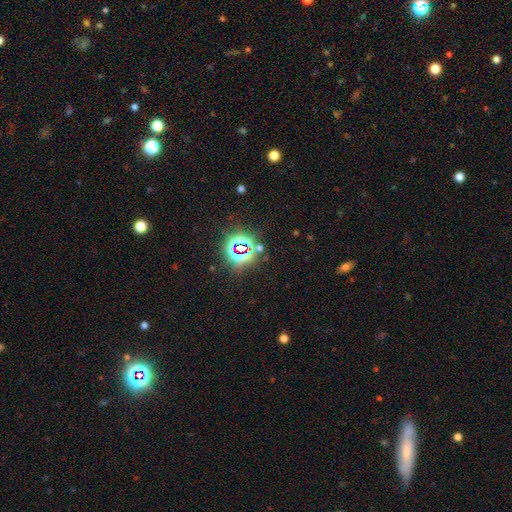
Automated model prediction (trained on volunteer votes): A star or artifact, not a galaxy (78%).